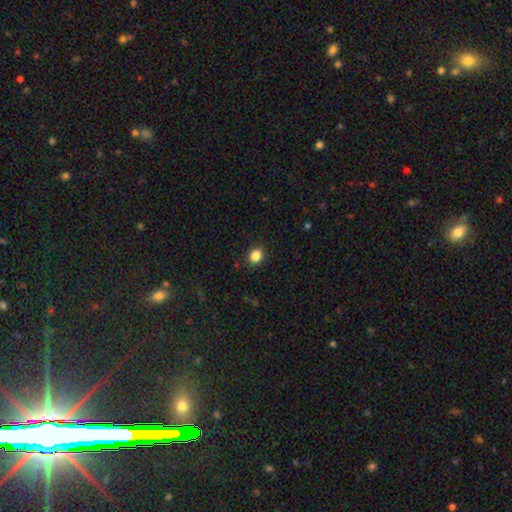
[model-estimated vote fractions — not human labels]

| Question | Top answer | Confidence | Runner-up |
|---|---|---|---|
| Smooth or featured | smooth | 85% | star or artifact (11%) |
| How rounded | round | 65% | in between (34%) |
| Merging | none | 89% | minor disturbance (8%) |